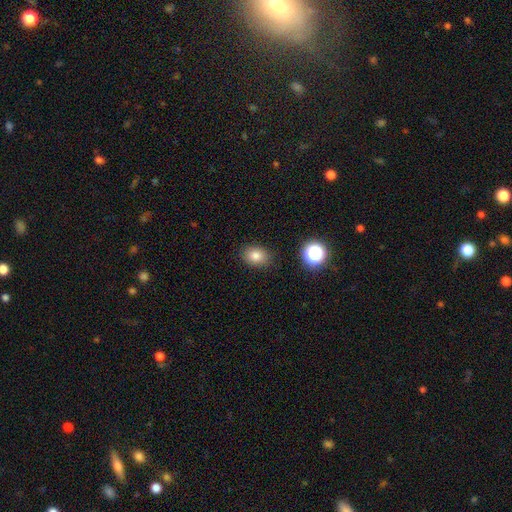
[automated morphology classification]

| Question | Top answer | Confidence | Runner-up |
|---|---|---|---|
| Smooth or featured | smooth | 81% | star or artifact (12%) |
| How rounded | in between | 64% | round (35%) |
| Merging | none | 86% | minor disturbance (10%) |